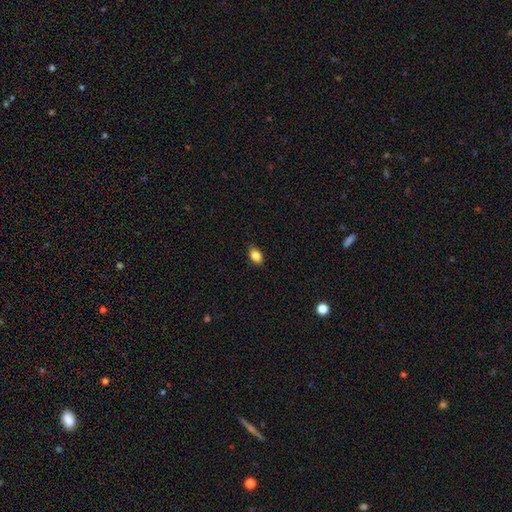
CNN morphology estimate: Smooth or featured: smooth — 83% (star or artifact — 9%)
How rounded: in between — 82% (round — 16%)
Merging: none — 83% (minor disturbance — 14%)